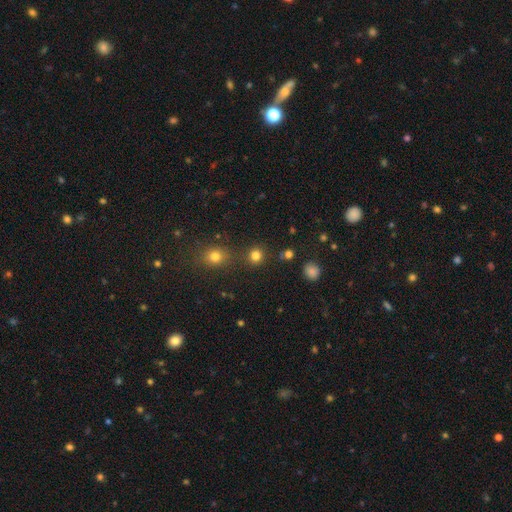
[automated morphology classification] Smooth or featured? Predicted: smooth (p=0.80). How rounded? Predicted: round (p=0.89). Merging? Predicted: none (p=0.82).